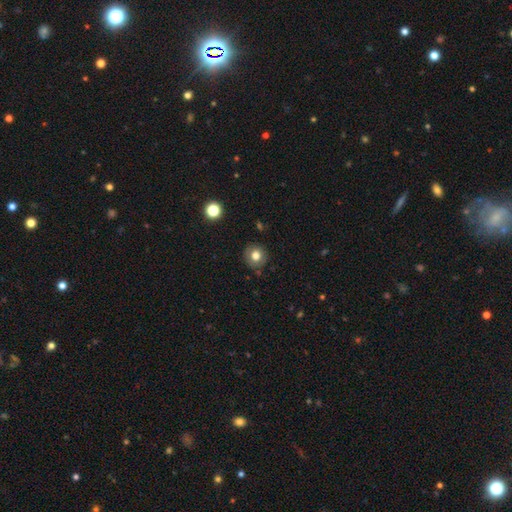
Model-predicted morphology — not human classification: The model was most divided on "smooth or featured": smooth: 76%, featured or disk: 14%, star or artifact: 11%. More confident: how rounded — round (89%); merging — none (87%).